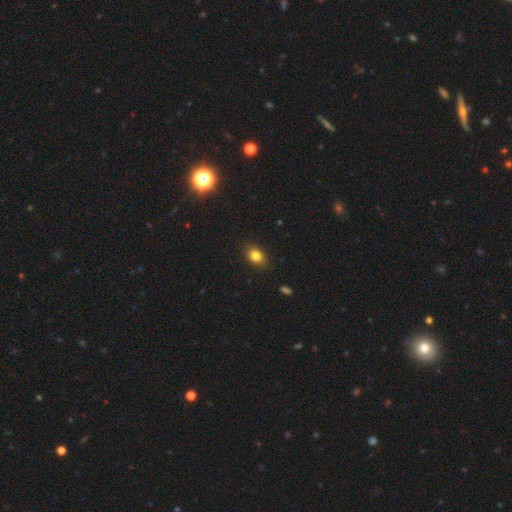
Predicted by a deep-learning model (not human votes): Smooth or featured? Predicted: smooth (p=0.82). How rounded? Predicted: in between (p=0.66). Merging? Predicted: none (p=0.86).